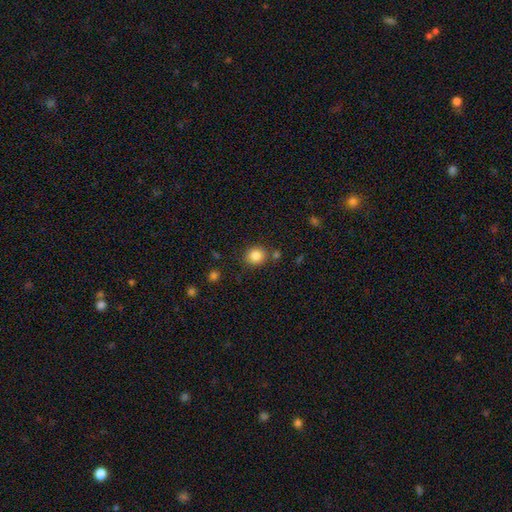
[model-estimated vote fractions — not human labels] Smooth or featured? smooth (85%)
How rounded? round (78%)
Merging? none (80%)